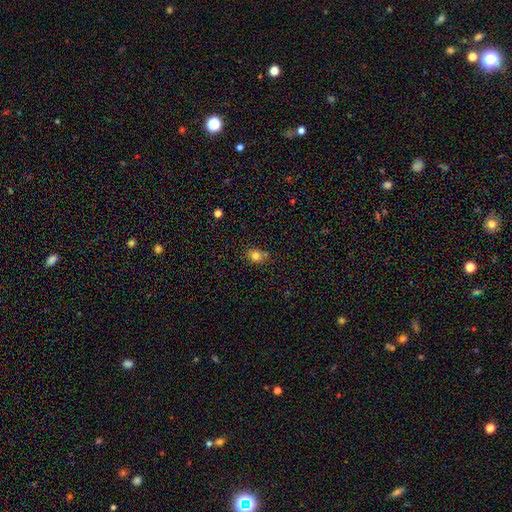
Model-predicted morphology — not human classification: A smooth galaxy with no disk features (81%) that is round (66%). Merging: none (68%).